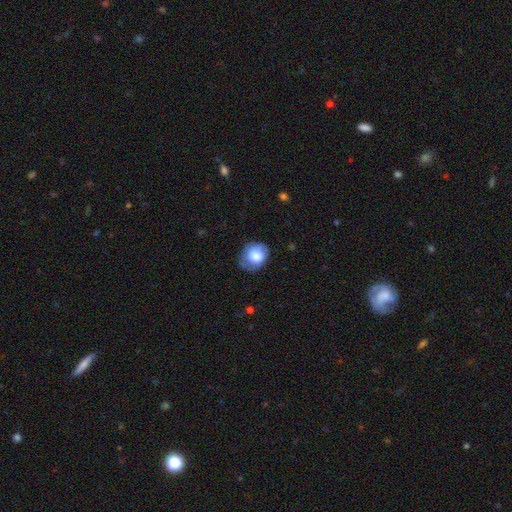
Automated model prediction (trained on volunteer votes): Smooth or featured? Predicted: smooth (p=0.74). How rounded? Predicted: round (p=0.56). Merging? Predicted: none (p=0.62).